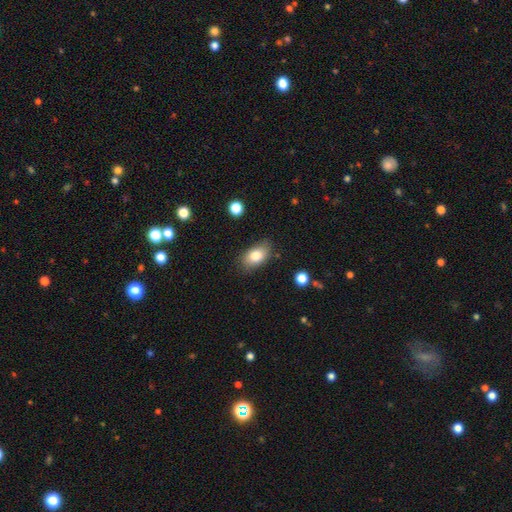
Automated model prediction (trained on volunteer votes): Morphology: type=smooth (81%); roundness=in between (90%); merging=none (80%).